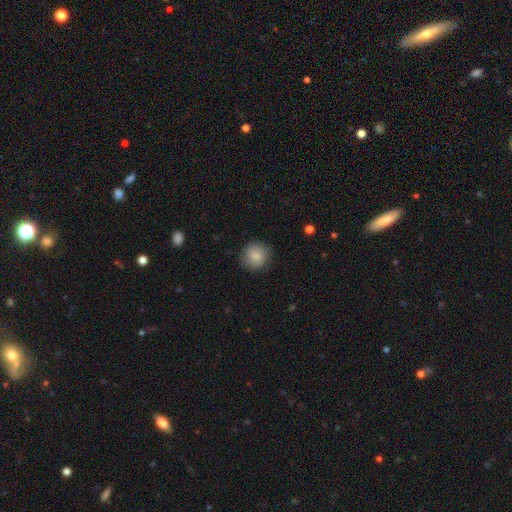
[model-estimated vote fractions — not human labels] This is clearly a smooth galaxy (85%). How rounded: clearly round (91%). Merging: clearly none (86%).